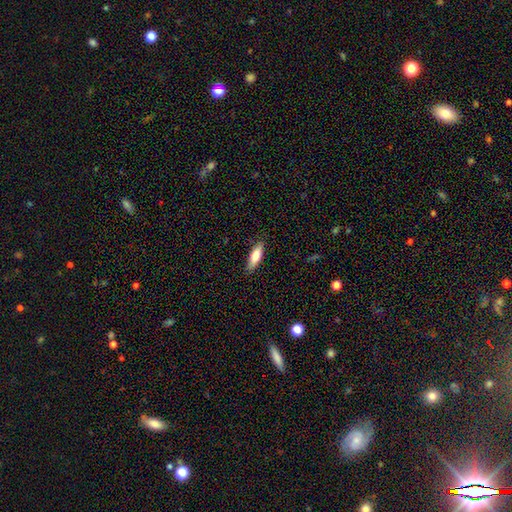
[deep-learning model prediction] smooth_or_featured: smooth (p=0.74) [alt: featured or disk p=0.20]
how_rounded: in between (p=0.51) [alt: cigar-shaped p=0.47]
merging: none (p=0.85) [alt: minor disturbance p=0.12]